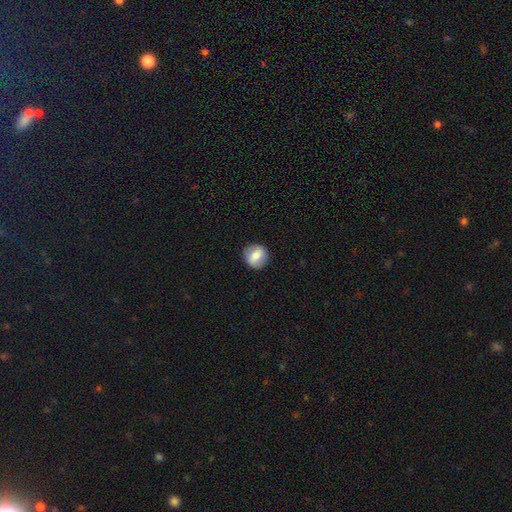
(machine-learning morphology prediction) Smooth or featured: smooth — 75% (featured or disk — 17%)
How rounded: round — 89% (in between — 10%)
Merging: none — 89% (minor disturbance — 8%)